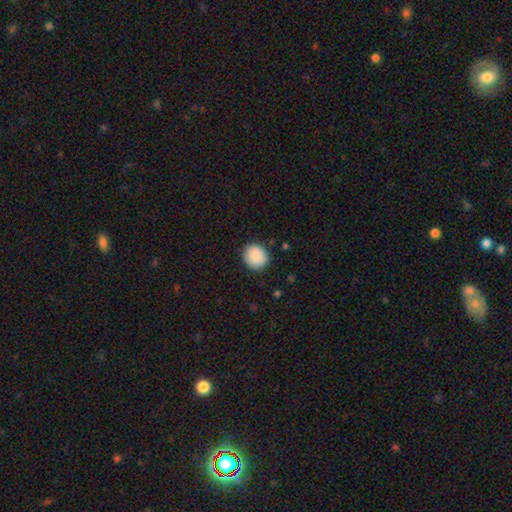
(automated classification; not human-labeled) This is clearly a smooth galaxy (89%). How rounded: clearly round (85%). Merging: clearly none (88%).